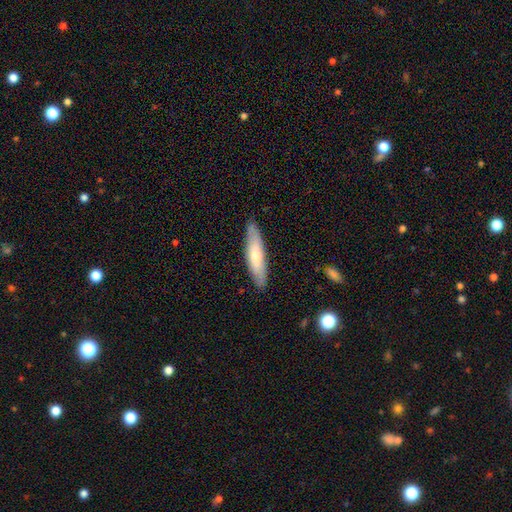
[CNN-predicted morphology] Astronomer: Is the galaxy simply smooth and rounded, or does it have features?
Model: smooth — 63%.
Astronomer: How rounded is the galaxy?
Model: cigar-shaped — 75%.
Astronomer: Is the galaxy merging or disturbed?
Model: none — 87%.